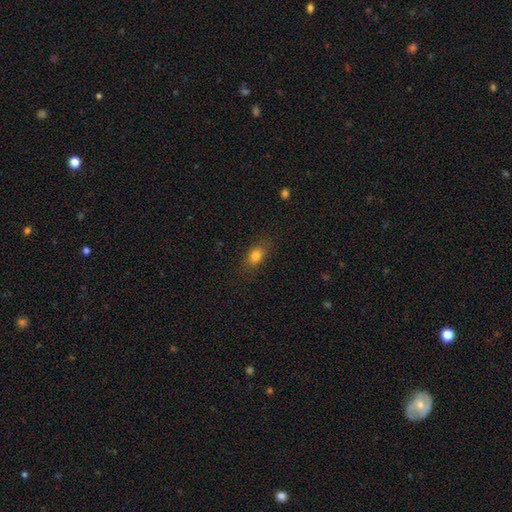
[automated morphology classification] This appears to be a smooth galaxy with no disk features (80%) that is in between round and cigar-shaped (71%). Merging: none (81%).